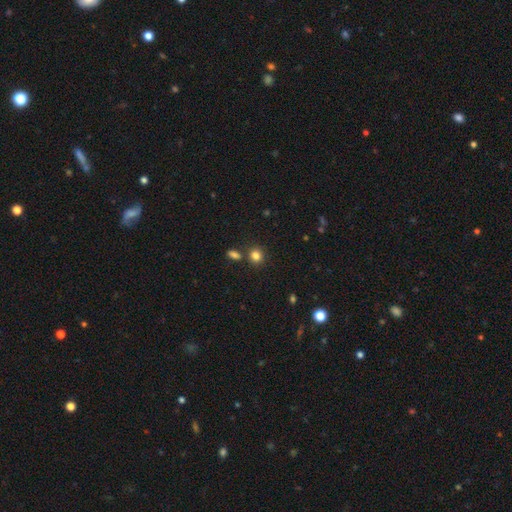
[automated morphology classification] Smooth or featured: smooth — 83% (star or artifact — 12%)
How rounded: round — 82% (in between — 17%)
Merging: none — 76% (merger — 12%)